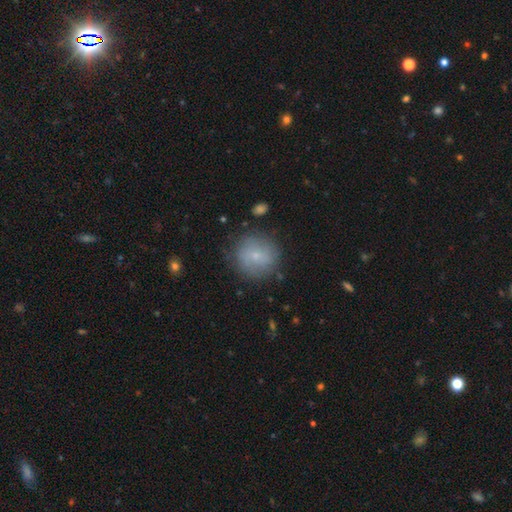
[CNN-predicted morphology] smooth-or-featured: smooth: 64% | featured or disk: 27% | star or artifact: 9%
  how-rounded: round: 91% | in between: 8% | cigar-shaped: 1%
  merging: none: 78% | minor disturbance: 15% | major disturbance: 5% | merger: 2%